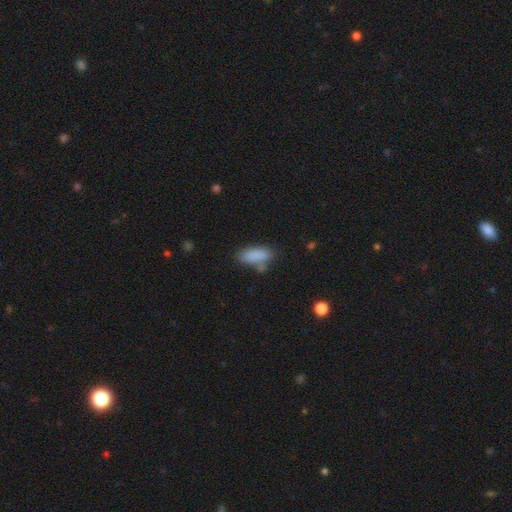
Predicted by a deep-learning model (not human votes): smooth_or_featured: smooth (p=0.86) [alt: star or artifact p=0.08]
how_rounded: in between (p=0.74) [alt: cigar-shaped p=0.24]
merging: none (p=0.64) [alt: minor disturbance p=0.20]